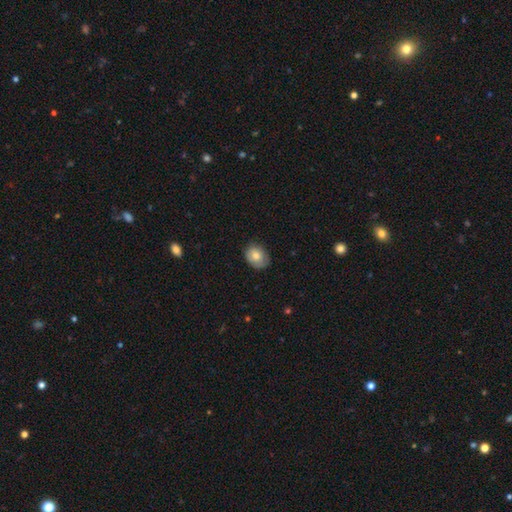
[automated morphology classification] smooth_or_featured: smooth (p=0.76) [alt: featured or disk p=0.16]
how_rounded: in between (p=0.53) [alt: round p=0.46]
merging: none (p=0.74) [alt: minor disturbance p=0.21]